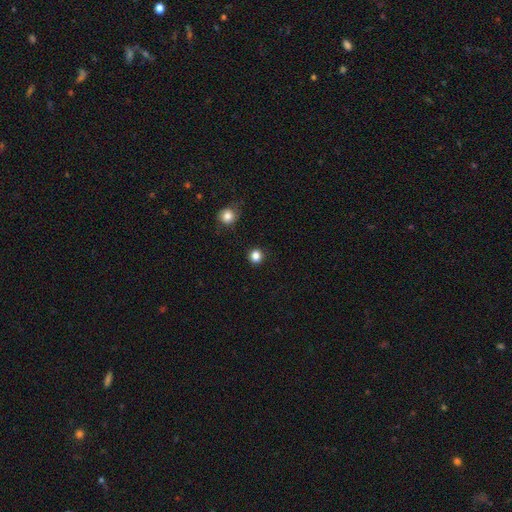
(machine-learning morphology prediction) smooth_or_featured: smooth (p=0.84) [alt: star or artifact p=0.13]
how_rounded: round (p=0.93) [alt: in between p=0.06]
merging: none (p=0.92) [alt: minor disturbance p=0.05]